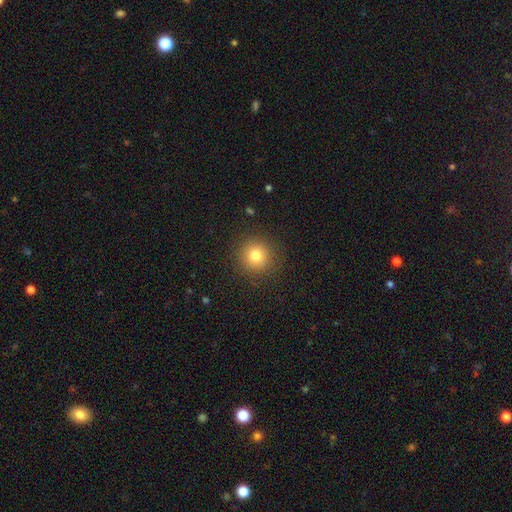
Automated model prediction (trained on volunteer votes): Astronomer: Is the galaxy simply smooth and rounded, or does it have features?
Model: smooth — 79%.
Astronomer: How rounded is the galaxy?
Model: round — 94%.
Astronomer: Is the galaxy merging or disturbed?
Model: none — 90%.